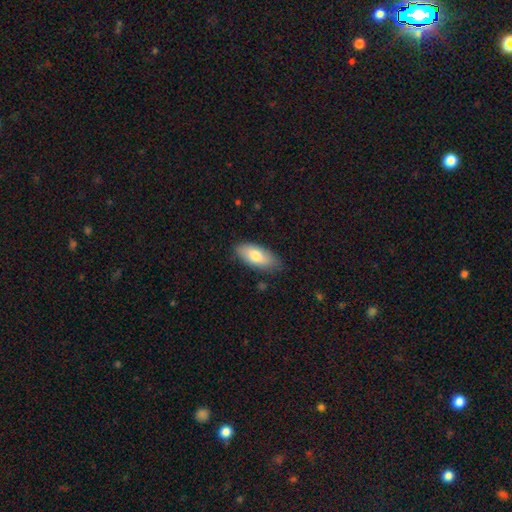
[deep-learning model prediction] The model was most divided on "smooth or featured": smooth: 75%, featured or disk: 19%, star or artifact: 6%. More confident: how rounded — in between (85%); merging — none (82%).